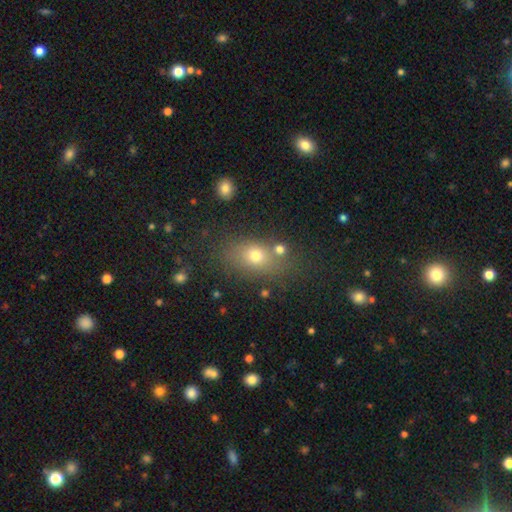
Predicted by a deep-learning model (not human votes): Q: Smooth or featured?
A: smooth (69%); runner-up: star or artifact (16%)
Q: How rounded?
A: in between (66%); runner-up: round (30%)
Q: Merging?
A: none (71%); runner-up: minor disturbance (13%)